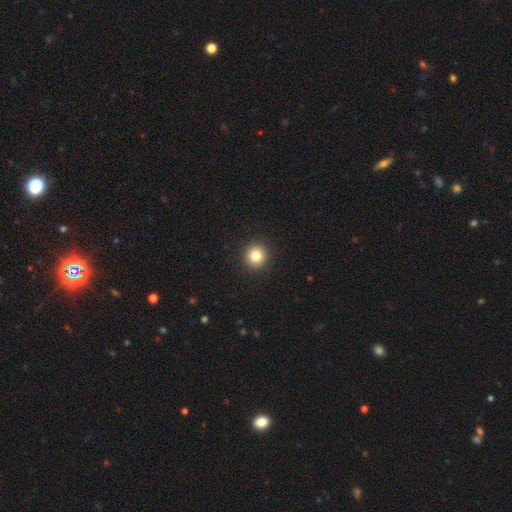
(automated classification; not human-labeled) This appears to be a smooth galaxy with no disk features (82%) that is round (94%). Merging: none (93%).